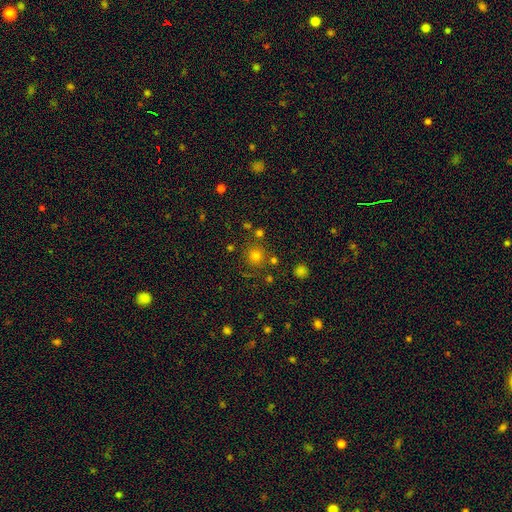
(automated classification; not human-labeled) A smooth galaxy with no disk features (72%) that is round (92%).

Vote fractions:
- Smooth or featured? smooth: 72% / star or artifact: 21% / featured or disk: 7%
- How rounded? round: 92% / in between: 7% / cigar-shaped: 1%
- Merging? none: 79% / minor disturbance: 9% / merger: 8% / major disturbance: 4%